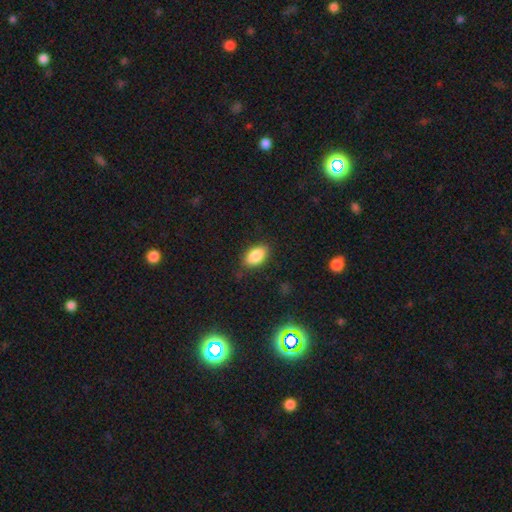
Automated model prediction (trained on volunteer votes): The model was most divided on "merging": none: 81%, minor disturbance: 15%, major disturbance: 3%, merger: 1%. More confident: how rounded — in between (91%); smooth or featured — smooth (85%).